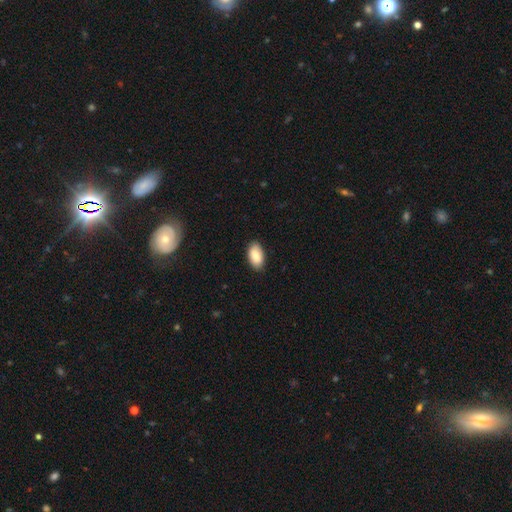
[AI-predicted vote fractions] A smooth galaxy with no disk features (86%) that is in between round and cigar-shaped (95%). Merging: none (86%).